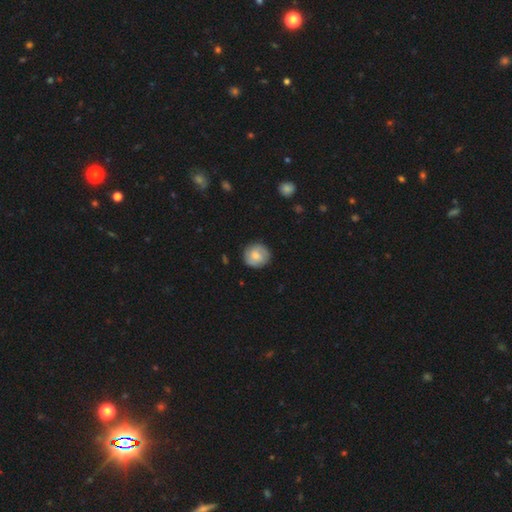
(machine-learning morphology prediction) The model was most divided on "smooth or featured": smooth: 66%, featured or disk: 28%, star or artifact: 7%. More confident: how rounded — round (92%); merging — none (87%).